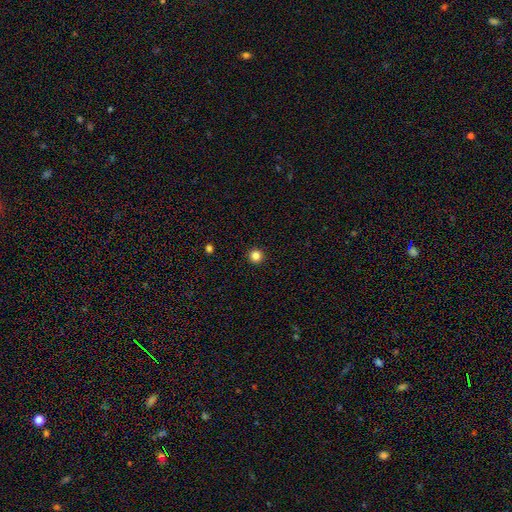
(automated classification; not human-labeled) Smooth or featured? smooth (84%)
How rounded? round (96%)
Merging? none (94%)